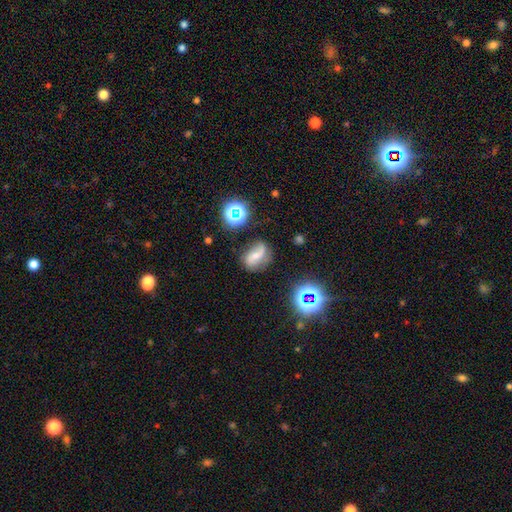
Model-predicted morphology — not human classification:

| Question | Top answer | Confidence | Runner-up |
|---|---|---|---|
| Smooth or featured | featured or disk | 56% | smooth (28%) |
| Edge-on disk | no | 94% | yes (6%) |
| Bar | strong | 35% | weak (33%) |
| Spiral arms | yes | 82% | no (18%) |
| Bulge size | small | 52% | moderate (38%) |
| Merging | none | 64% | minor disturbance (22%) |